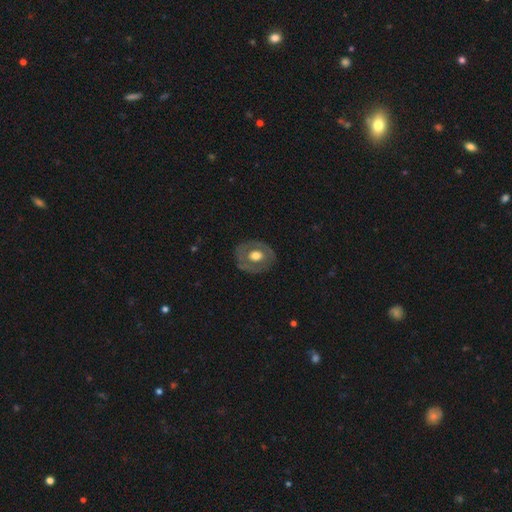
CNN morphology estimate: A featured or disk galaxy (53%) with no bar (83%), no spiral arms (85%) and a moderate central bulge (54%). Merging: none (79%).